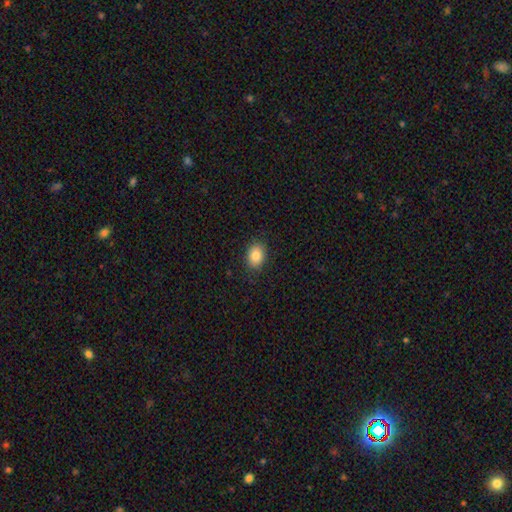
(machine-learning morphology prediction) Smooth or featured?
  - smooth: 84% *
  - star or artifact: 9%
  - featured or disk: 7%
How rounded?
  - in between: 69% *
  - round: 30%
  - cigar-shaped: 1%
Merging?
  - none: 87% *
  - minor disturbance: 10%
  - major disturbance: 2%
  - merger: 1%